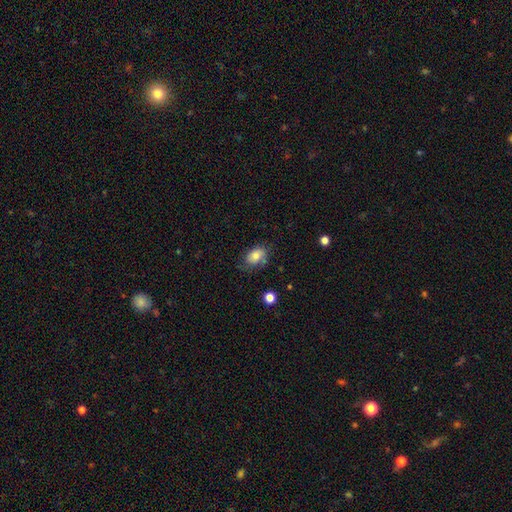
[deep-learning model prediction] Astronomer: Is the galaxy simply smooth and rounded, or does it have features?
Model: smooth — 72%.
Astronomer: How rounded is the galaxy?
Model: in between — 83%.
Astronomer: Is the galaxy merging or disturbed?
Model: none — 59%.